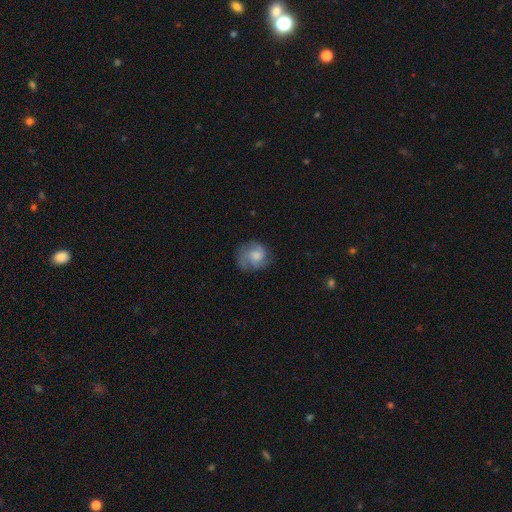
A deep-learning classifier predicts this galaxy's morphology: smooth 49%, featured or disk 43%, star or artifact 8%. Down the decision tree: merging — none (64%).